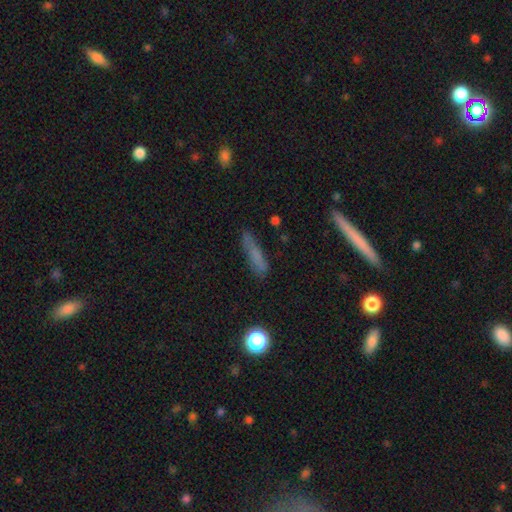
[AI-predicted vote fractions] Smooth or featured?
  - smooth: 63% *
  - featured or disk: 25%
  - star or artifact: 11%
How rounded?
  - cigar-shaped: 79% *
  - in between: 17%
  - round: 3%
Merging?
  - none: 72% *
  - minor disturbance: 19%
  - major disturbance: 6%
  - merger: 3%